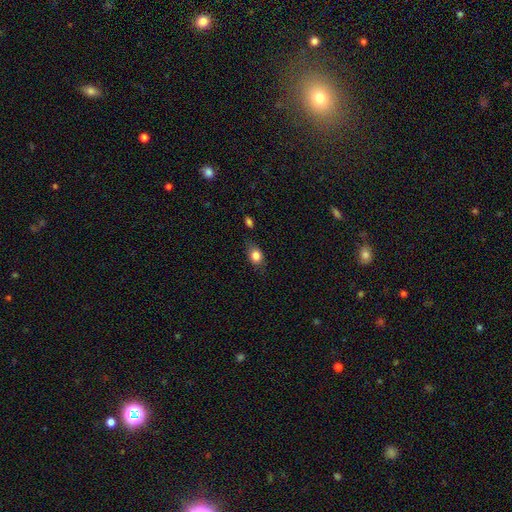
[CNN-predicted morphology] A smooth galaxy with no disk features (82%) that is in between round and cigar-shaped (62%).

Vote fractions:
- Smooth or featured? smooth: 82% / featured or disk: 9% / star or artifact: 9%
- How rounded? in between: 62% / round: 36% / cigar-shaped: 2%
- Merging? none: 68% / minor disturbance: 22% / major disturbance: 6% / merger: 4%